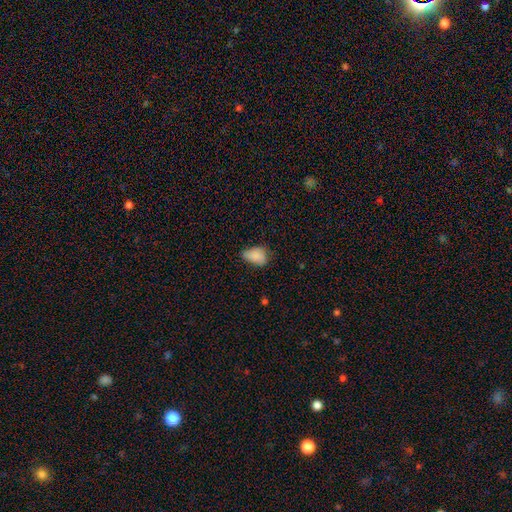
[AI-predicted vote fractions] A smooth galaxy with no disk features (84%) that is in between round and cigar-shaped (85%).

Vote fractions:
- Smooth or featured? smooth: 84% / star or artifact: 9% / featured or disk: 7%
- How rounded? in between: 85% / round: 14% / cigar-shaped: 2%
- Merging? minor disturbance: 44% (tied) / none: 44% (tied) / major disturbance: 11% / merger: 2%